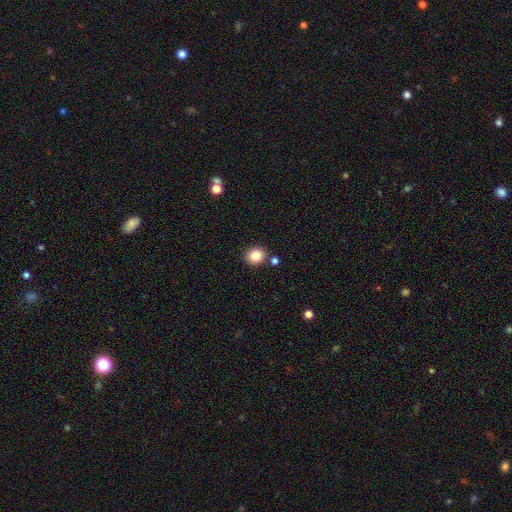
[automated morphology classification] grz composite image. It shows a smooth galaxy with no disk features (84%) that is round (76%). Merging: none (84%).